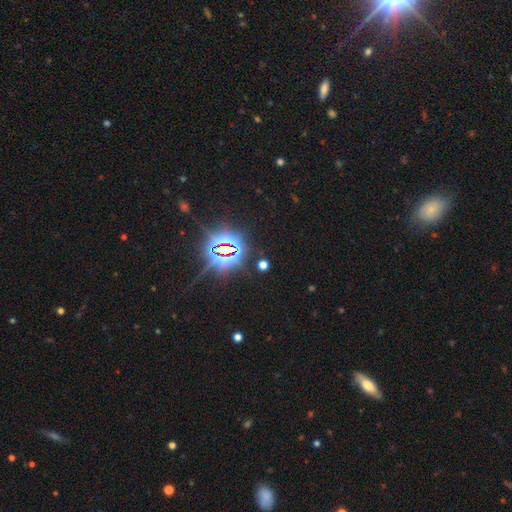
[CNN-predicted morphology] Smooth or featured: star or artifact — 80% (smooth — 13%)